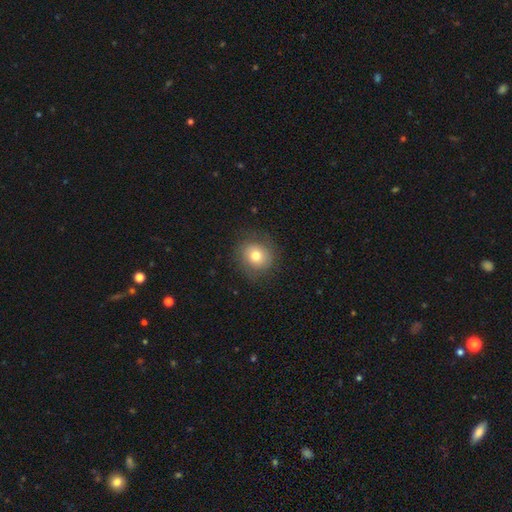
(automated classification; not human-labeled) This appears to be a smooth galaxy with no disk features (75%) that is round (82%). Merging: none (82%).